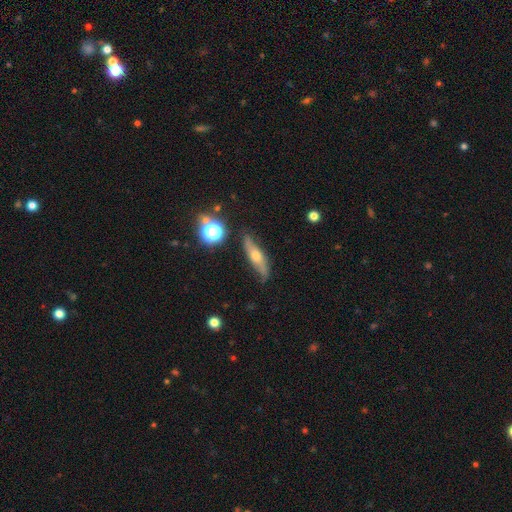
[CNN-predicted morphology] type=featured or disk (54%); edge-on=yes (61%); merging=none (75%).